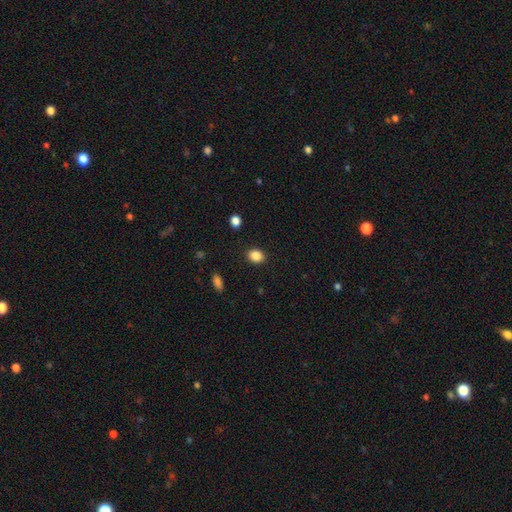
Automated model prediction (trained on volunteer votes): Overall: smooth (88%). How rounded: in between (56%; round 43%). Merging: none (88%).